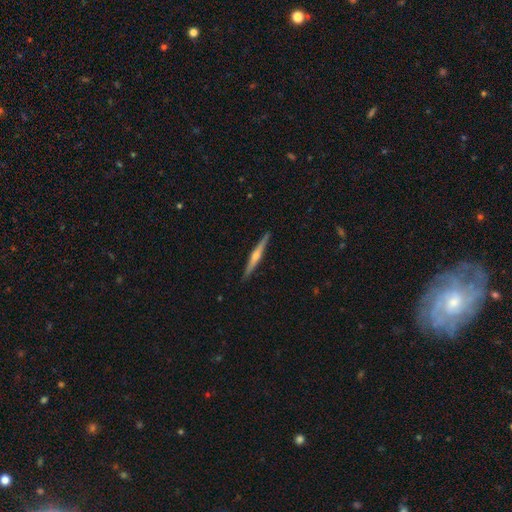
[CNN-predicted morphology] type=featured or disk (74%); edge-on=yes (98%); edge-on bulge=rounded (86%); merging=none (92%).